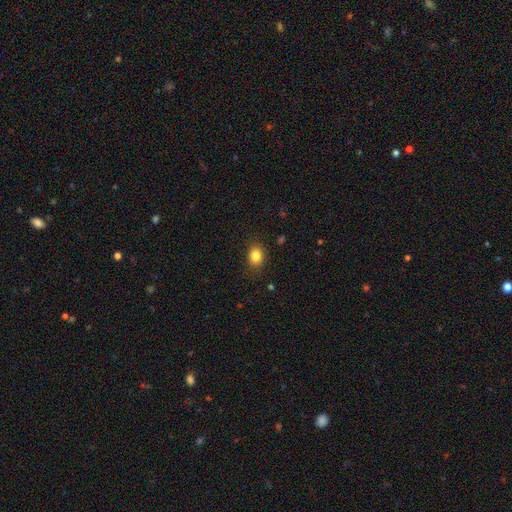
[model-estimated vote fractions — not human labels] The model was most divided on "how rounded": in between: 53%, round: 46%, cigar-shaped: 1%. More confident: merging — none (86%); smooth or featured — smooth (84%).